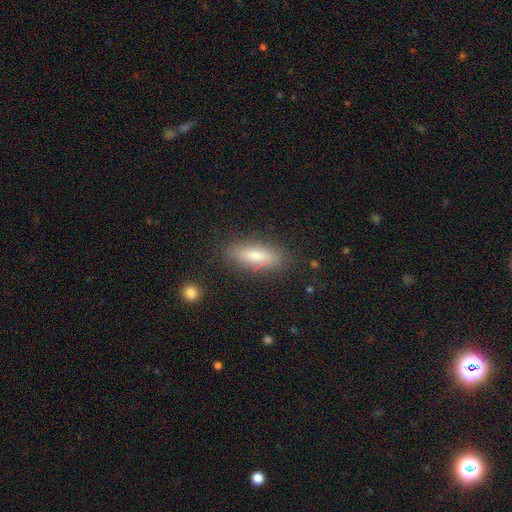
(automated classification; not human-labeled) This appears to be a smooth galaxy with no disk features (74%) that is in between round and cigar-shaped (60%). Merging: none (86%).